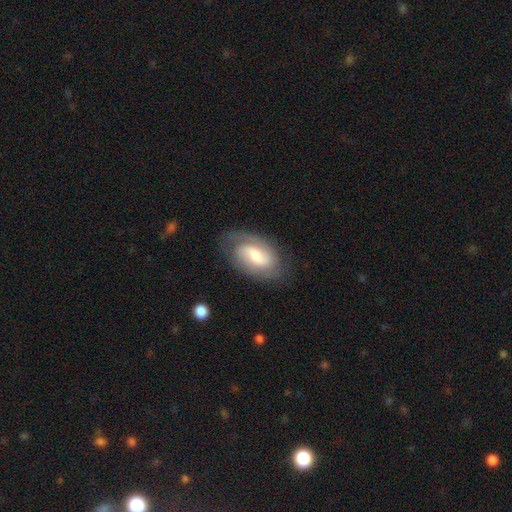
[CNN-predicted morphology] Smooth or featured: featured or disk — 69% (smooth — 24%)
Edge-on disk: no — 95% (yes — 5%)
Bar: weak — 49% (no — 32%)
Spiral arms: yes — 90% (no — 10%)
Spiral winding: tight — 43% (medium — 41%)
Spiral arm count: 2 — 70% (can't tell — 14%)
Bulge size: moderate — 45% (small — 27%)
Merging: none — 77% (minor disturbance — 16%)